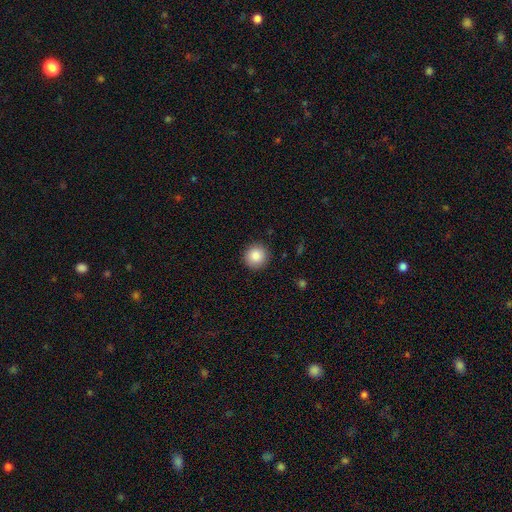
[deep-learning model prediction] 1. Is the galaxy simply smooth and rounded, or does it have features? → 87% smooth, 8% star or artifact, 5% featured or disk.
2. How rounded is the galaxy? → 94% round, 5% in between, 1% cigar-shaped.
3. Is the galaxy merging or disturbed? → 91% none, 6% minor disturbance, 2% major disturbance, 1% merger.